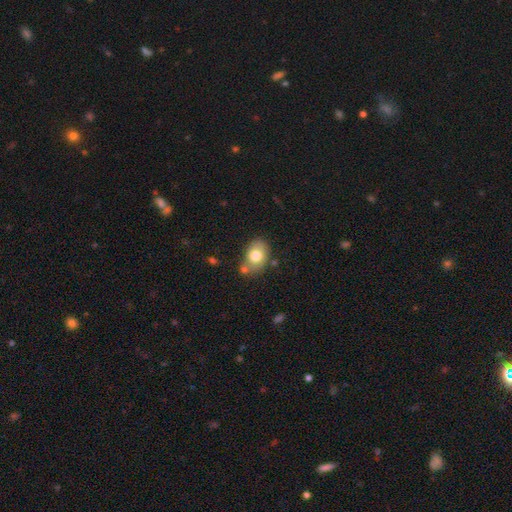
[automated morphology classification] Smooth or featured? Predicted: smooth (p=0.75). How rounded? Predicted: in between (p=0.74). Merging? Predicted: none (p=0.63).